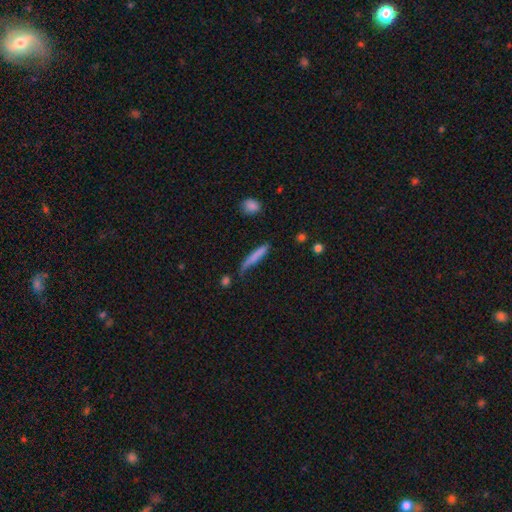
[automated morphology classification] smooth-or-featured: smooth: 72% | featured or disk: 21% | star or artifact: 7%
  how-rounded: cigar-shaped: 89% | in between: 9% | round: 2%
  merging: none: 52% | minor disturbance: 30% | major disturbance: 13% | merger: 5%